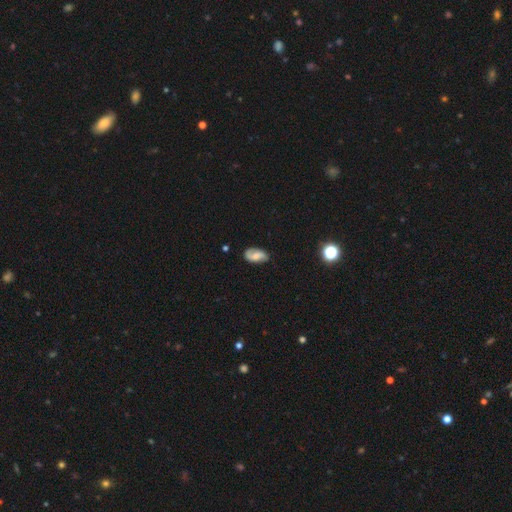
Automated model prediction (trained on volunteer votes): The model was most divided on "bar": no: 46%, weak: 43%, strong: 11%. Remaining: edge-on disk — no (96%); spiral arms — yes (91%); merging — none (76%); smooth or featured — featured or disk (55%); bulge size — moderate (37%).